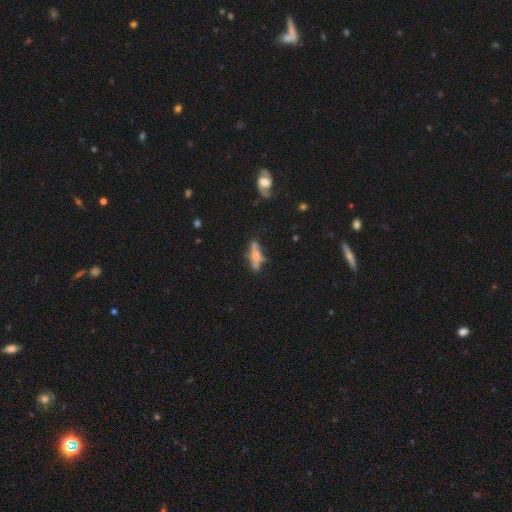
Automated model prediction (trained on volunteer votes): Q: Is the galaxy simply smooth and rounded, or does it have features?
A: featured or disk — 54%.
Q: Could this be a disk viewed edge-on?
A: yes — 66%.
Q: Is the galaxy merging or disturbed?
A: none — 53%.